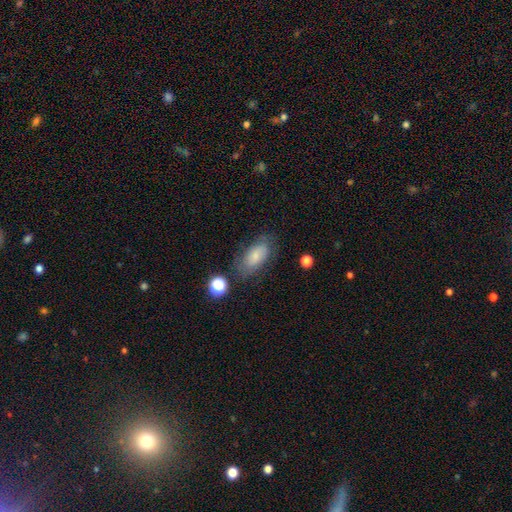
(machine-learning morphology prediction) Smooth or featured: smooth — 72% (featured or disk — 19%)
How rounded: in between — 90% (cigar-shaped — 5%)
Merging: none — 69% (minor disturbance — 20%)